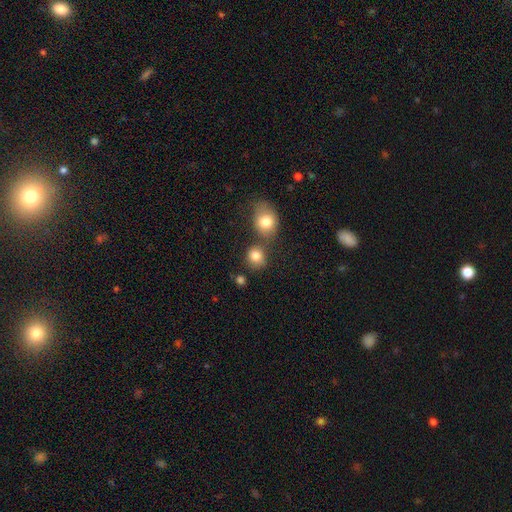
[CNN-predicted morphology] Overall: smooth (82%). How rounded: round (78%). Merging: none (58%; merger 27%).